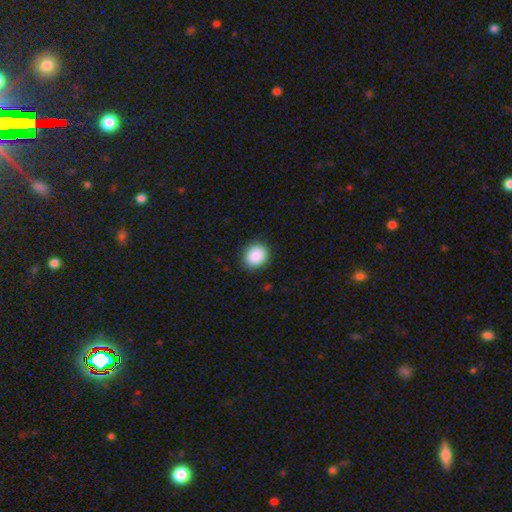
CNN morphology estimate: Smooth or featured? smooth (89%)
How rounded? round (65%)
Merging? none (89%)